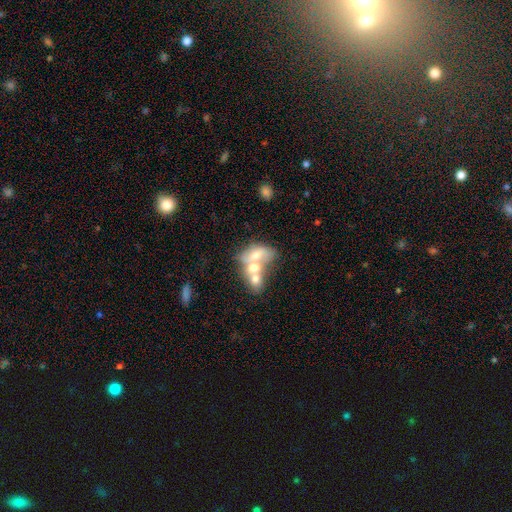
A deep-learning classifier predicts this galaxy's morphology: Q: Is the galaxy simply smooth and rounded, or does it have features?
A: smooth — 55%.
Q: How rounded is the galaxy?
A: in between — 76%.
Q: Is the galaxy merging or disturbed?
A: merger — 74%.